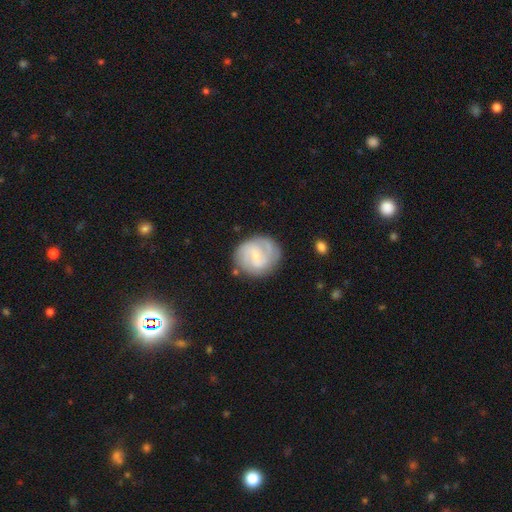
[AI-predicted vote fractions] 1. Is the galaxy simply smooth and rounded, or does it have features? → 73% featured or disk, 22% smooth, 6% star or artifact.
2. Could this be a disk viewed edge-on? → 98% no, 2% yes.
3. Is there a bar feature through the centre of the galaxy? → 53% weak, 34% no, 13% strong.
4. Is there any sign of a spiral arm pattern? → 90% yes, 10% no.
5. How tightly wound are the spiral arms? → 42% medium (tied), 42% tight (tied), 15% loose.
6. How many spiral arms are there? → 51% 2, 22% can't tell, 16% 3, 4% 4, 4% 1, 3% more than 4.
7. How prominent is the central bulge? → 66% small, 30% moderate, 2% none, 1% large, 1% dominant.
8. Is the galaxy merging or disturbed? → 75% none, 16% minor disturbance, 6% major disturbance, 3% merger.